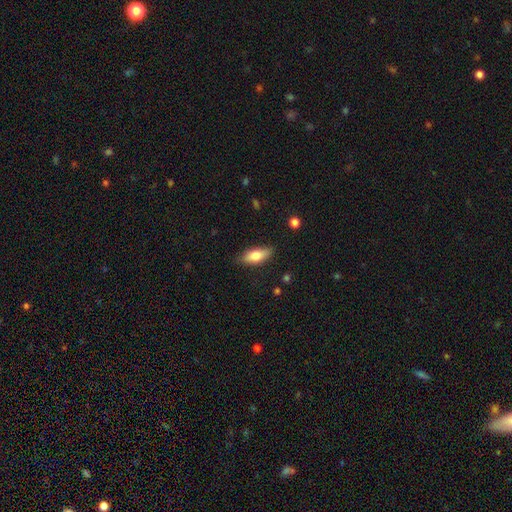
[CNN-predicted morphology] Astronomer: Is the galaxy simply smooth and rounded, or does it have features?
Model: smooth — 75%.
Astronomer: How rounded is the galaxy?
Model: in between — 76%.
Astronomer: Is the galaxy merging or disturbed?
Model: none — 81%.